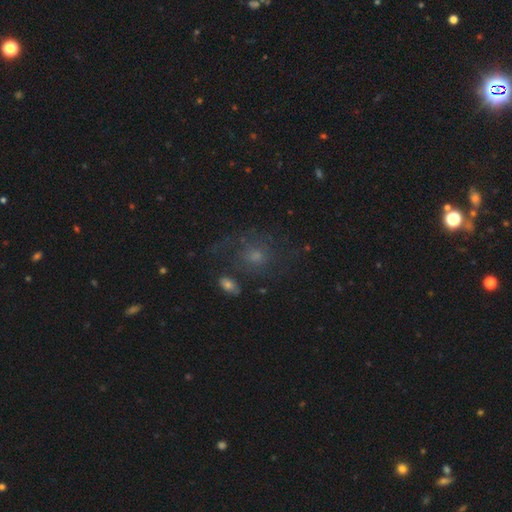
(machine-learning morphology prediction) Smooth or featured? Predicted: smooth (p=0.41). Merging? Predicted: none (p=0.52).